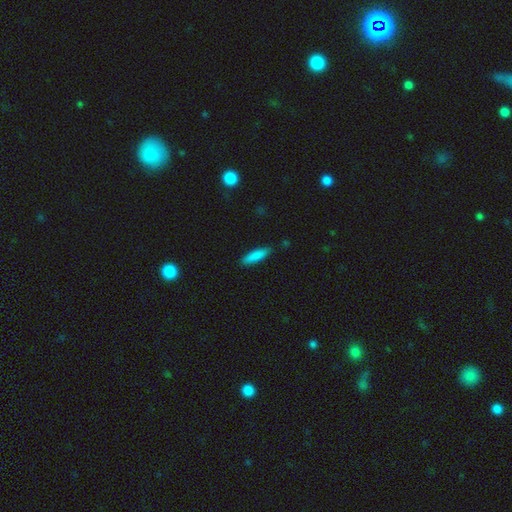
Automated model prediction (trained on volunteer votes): smooth 85%, featured or disk 8%, star or artifact 6%. Down the decision tree: how rounded — cigar-shaped (66%); merging — none (85%).